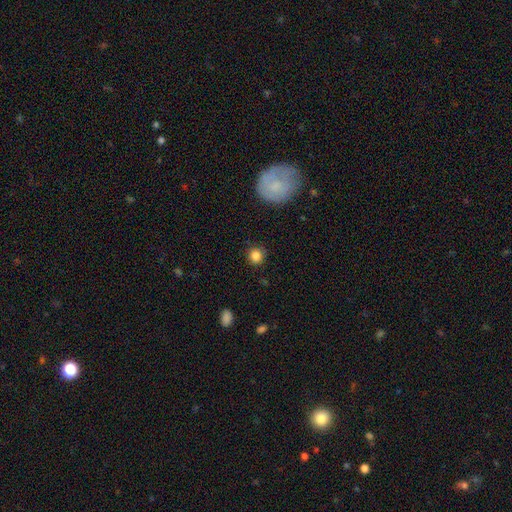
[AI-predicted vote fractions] Overall: smooth (85%). How rounded: round (91%). Merging: none (87%).